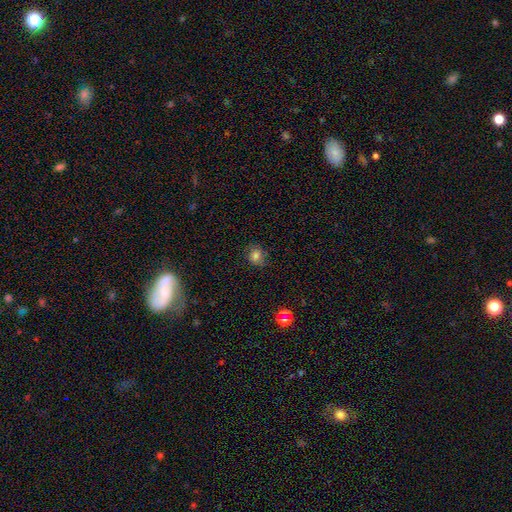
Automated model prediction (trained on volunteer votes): A smooth galaxy with no disk features (78%) that is round (72%).

Vote fractions:
- Smooth or featured? smooth: 78% / star or artifact: 13% / featured or disk: 9%
- How rounded? round: 72% / in between: 27% / cigar-shaped: 1%
- Merging? none: 79% / minor disturbance: 15% / major disturbance: 4% / merger: 1%